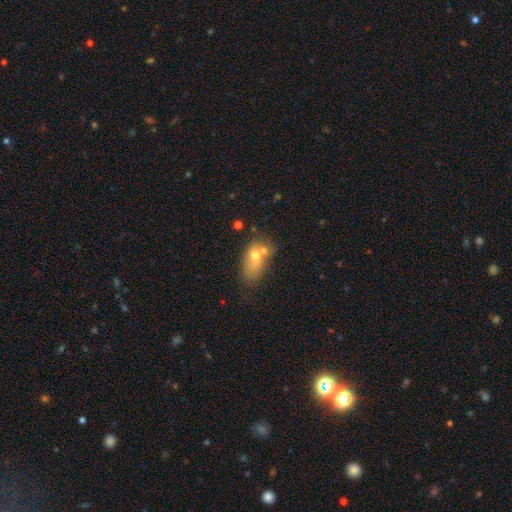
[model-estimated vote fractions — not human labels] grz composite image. It shows a smooth galaxy with no disk features (66%) that is in between round and cigar-shaped (82%). Merging: merger (44%).